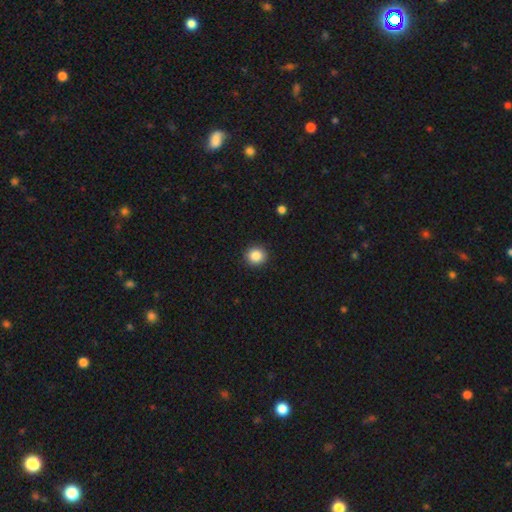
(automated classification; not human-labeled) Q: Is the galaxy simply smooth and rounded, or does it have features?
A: smooth — 86%.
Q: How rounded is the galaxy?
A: round — 91%.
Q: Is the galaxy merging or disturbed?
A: none — 92%.